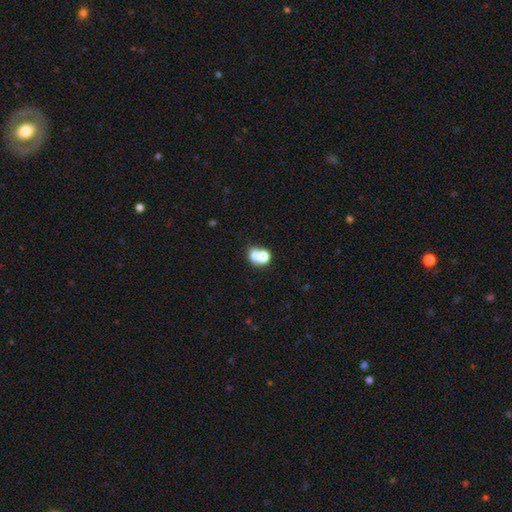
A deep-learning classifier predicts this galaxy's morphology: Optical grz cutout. It shows a smooth galaxy with no disk features (67%) that is round (64%). Merging: merger (53%).